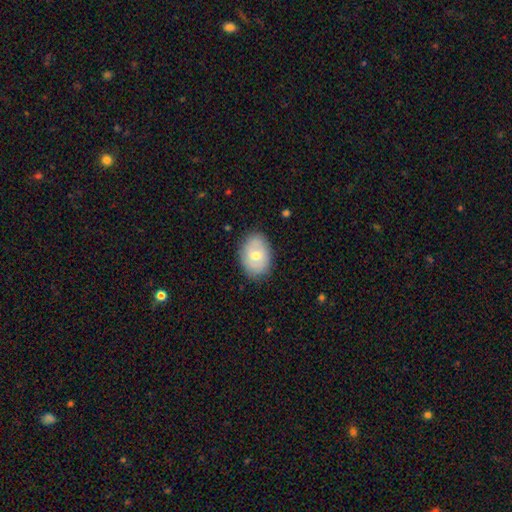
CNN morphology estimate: Overall: smooth (56%; featured or disk 37%). How rounded: in between (76%). Merging: none (82%).